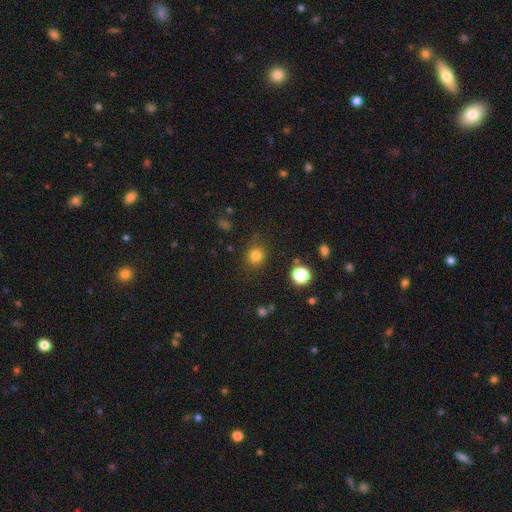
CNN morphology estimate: Q: Smooth or featured?
A: smooth (80%); runner-up: star or artifact (15%)
Q: How rounded?
A: round (83%); runner-up: in between (16%)
Q: Merging?
A: none (82%); runner-up: minor disturbance (11%)